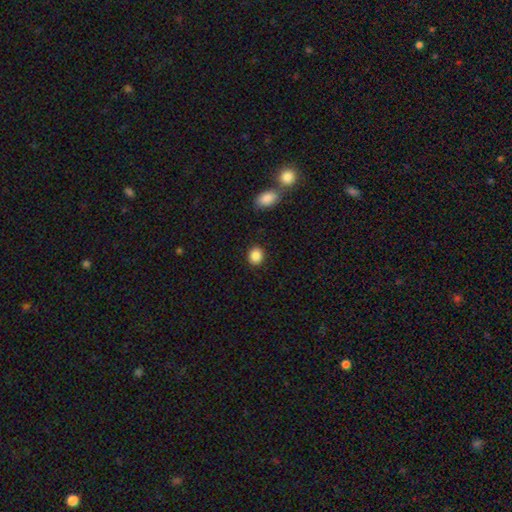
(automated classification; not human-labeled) Morphology: type=smooth (88%); roundness=round (71%); merging=none (89%).